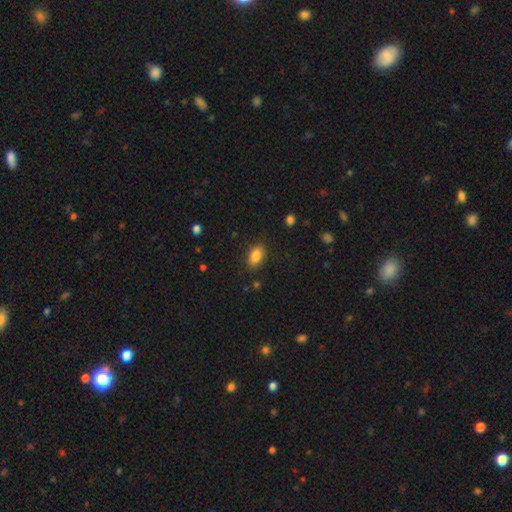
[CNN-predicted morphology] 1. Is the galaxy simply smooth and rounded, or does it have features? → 85% smooth, 9% star or artifact, 7% featured or disk.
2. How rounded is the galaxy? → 89% in between, 8% round, 3% cigar-shaped.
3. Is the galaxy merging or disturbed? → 85% none, 11% minor disturbance, 3% major disturbance, 1% merger.